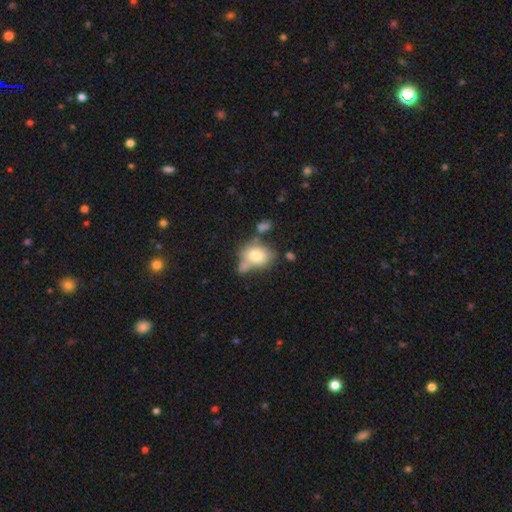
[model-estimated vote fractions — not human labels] smooth-or-featured: smooth: 71% | featured or disk: 20% | star or artifact: 9%
  how-rounded: in between: 63% | round: 35% | cigar-shaped: 2%
  merging: none: 41% | merger: 25% | minor disturbance: 22% | major disturbance: 12%